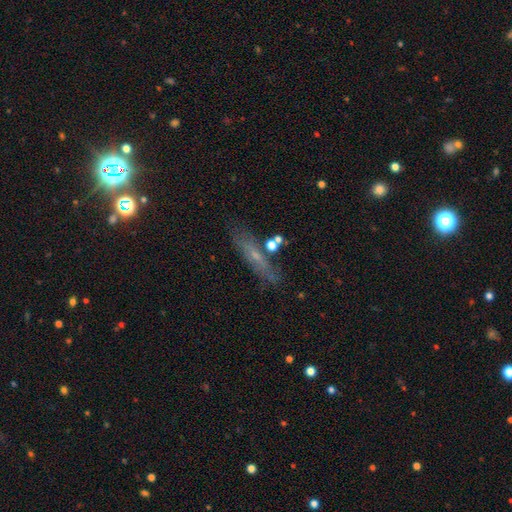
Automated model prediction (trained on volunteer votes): A featured or disk galaxy (45%). Merging: none (75%).